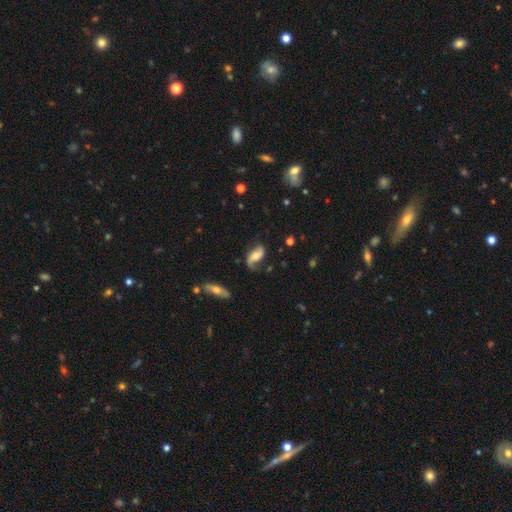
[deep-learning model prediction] A featured or disk galaxy (73%) with no bar (52%), 2 (81%) loose (67%) spiral arms (93%) and a moderate central bulge (55%).

Vote fractions:
- Smooth or featured? featured or disk: 73% / smooth: 20% / star or artifact: 7%
- Edge-on disk? no: 94% / yes: 6%
- Bar? no: 52% / weak: 34% / strong: 14%
- Spiral arms? yes: 93% / no: 7%
- Spiral winding? loose: 67% / medium: 24% / tight: 9%
- Spiral arm count? 2: 81% / 1: 13% / can't tell: 4% / 3: 1% / 4: 1% / more than 4: 1%
- Bulge size? moderate: 55% / small: 27% / large: 11% / none: 5% / dominant: 2%
- Merging? none: 63% / minor disturbance: 22% / major disturbance: 12% / merger: 2%